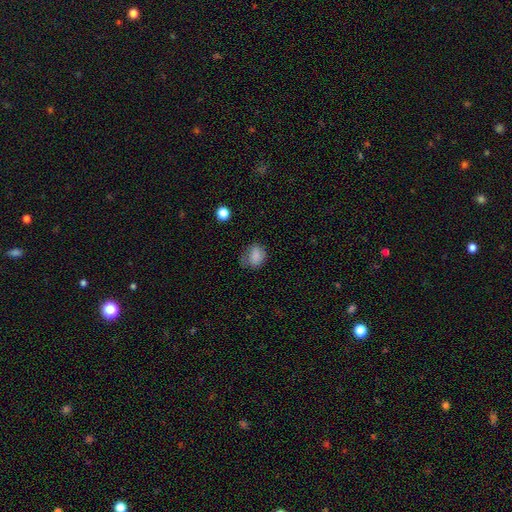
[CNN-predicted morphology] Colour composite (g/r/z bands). It shows a smooth galaxy with no disk features (81%) that is in between round and cigar-shaped (56%). Merging: none (53%).